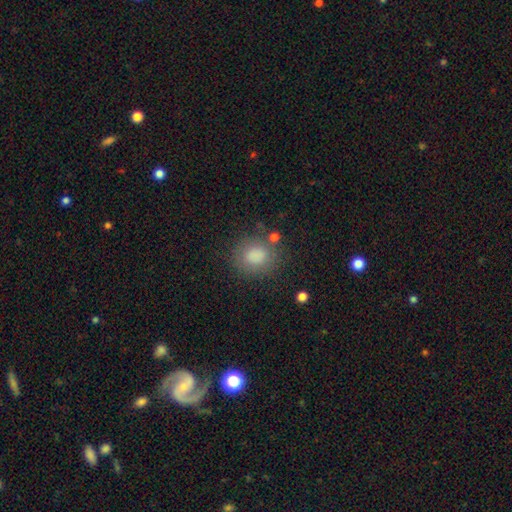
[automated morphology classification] The model was most divided on "how rounded": round: 72%, in between: 27%, cigar-shaped: 1%. More confident: smooth or featured — smooth (82%); merging — none (73%).